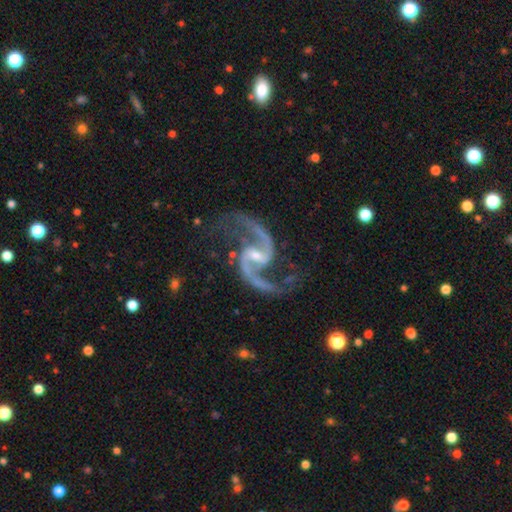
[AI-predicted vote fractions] Morphology: type=featured or disk (94%); edge-on=no (98%); bar=weak (51%); spiral arms=yes (99%); winding=loose (57%); arm count=2 (95%); bulge=small (59%); merging=none (74%).